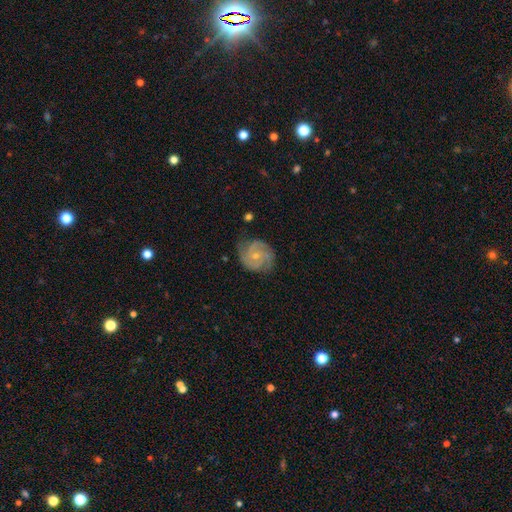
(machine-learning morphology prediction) type=featured or disk (81%); edge-on=no (98%); bar=no (66%); spiral arms=yes (96%); winding=tight (53%); arm count=2 (36%); bulge=small (67%); merging=none (74%).